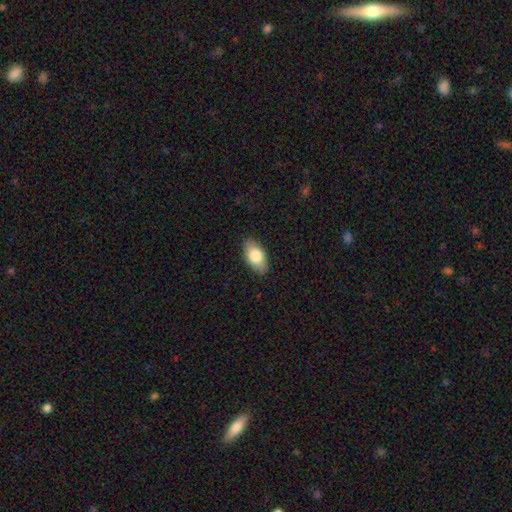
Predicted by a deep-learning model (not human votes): smooth_or_featured: smooth (p=0.81) [alt: featured or disk p=0.13]
how_rounded: in between (p=0.93) [alt: round p=0.04]
merging: none (p=0.86) [alt: minor disturbance p=0.11]